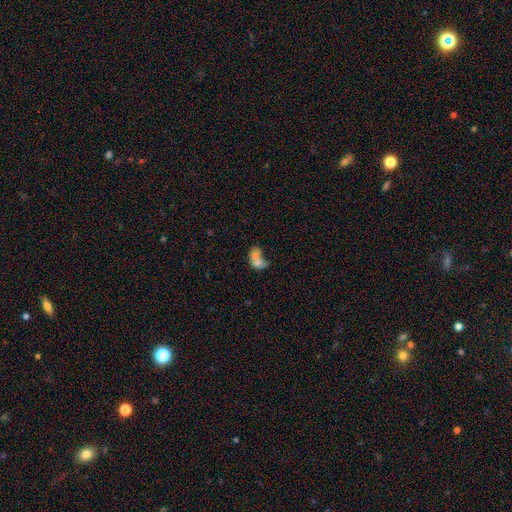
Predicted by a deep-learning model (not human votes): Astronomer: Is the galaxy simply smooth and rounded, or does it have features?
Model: smooth — 63%.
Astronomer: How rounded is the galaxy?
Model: in between — 68%.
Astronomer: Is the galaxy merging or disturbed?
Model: merger — 71%.